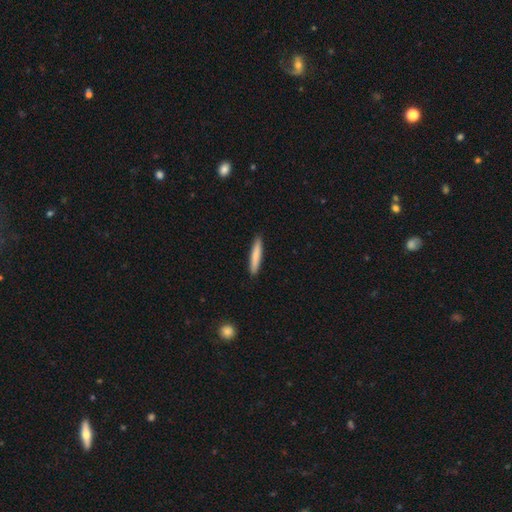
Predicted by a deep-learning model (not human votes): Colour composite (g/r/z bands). It shows a smooth galaxy with no disk features (80%) that is cigar-shaped (93%). Merging: none (91%).